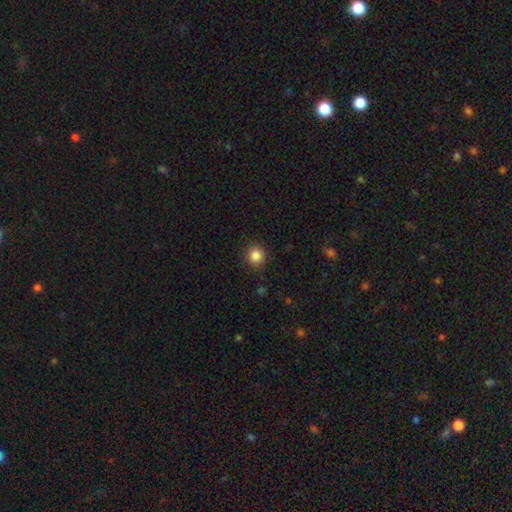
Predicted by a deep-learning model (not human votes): smooth-or-featured: smooth: 85% | star or artifact: 11% | featured or disk: 4%
  how-rounded: round: 90% | in between: 9% | cigar-shaped: 1%
  merging: none: 89% | minor disturbance: 7% | major disturbance: 2% | merger: 1%